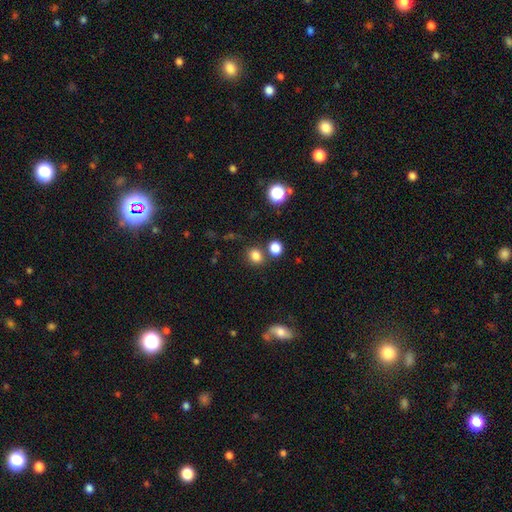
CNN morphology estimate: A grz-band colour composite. It shows a smooth galaxy with no disk features (81%) that is round (66%). Merging: none (72%).